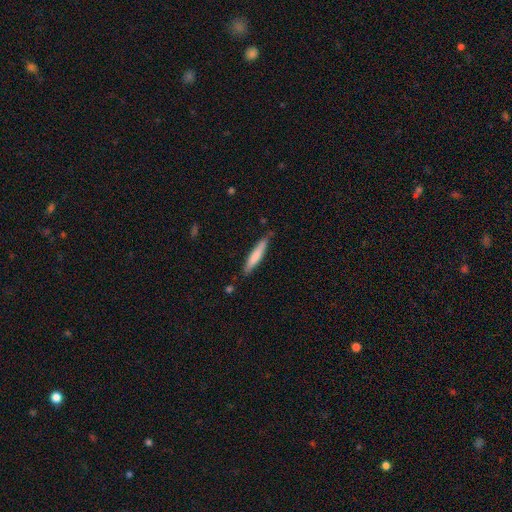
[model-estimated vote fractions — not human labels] smooth 73%, featured or disk 22%, star or artifact 5%. Down the decision tree: how rounded — cigar-shaped (91%); merging — none (80%).